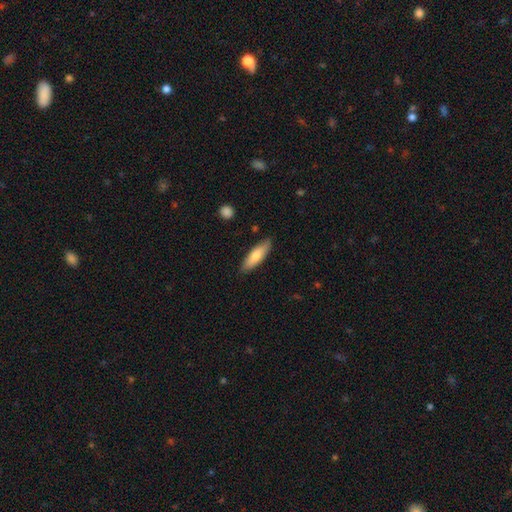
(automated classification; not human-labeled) Q: Smooth or featured?
A: smooth (74%); runner-up: featured or disk (20%)
Q: How rounded?
A: cigar-shaped (50%); runner-up: in between (48%)
Q: Merging?
A: none (85%); runner-up: minor disturbance (12%)